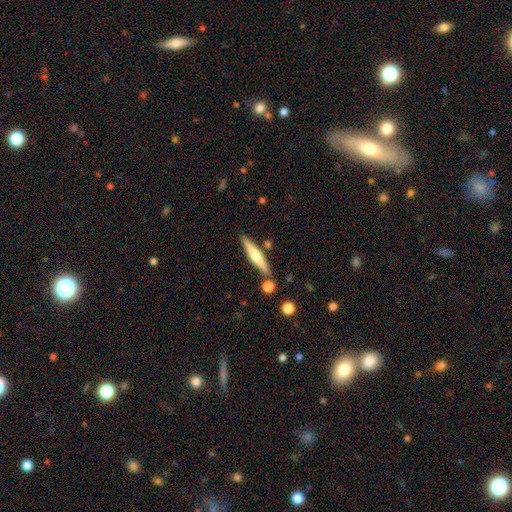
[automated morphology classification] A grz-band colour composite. It shows a featured or disk galaxy (54%) viewed edge-on (96%) with a rounded central bulge (87%). Merging: none (84%).